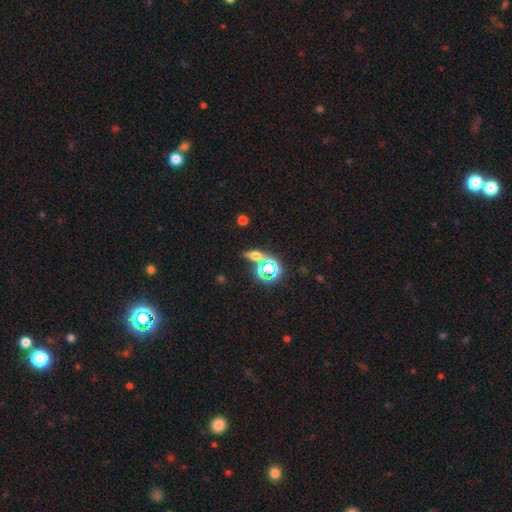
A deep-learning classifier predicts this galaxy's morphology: This appears to be a star or artifact, not a galaxy (41%).